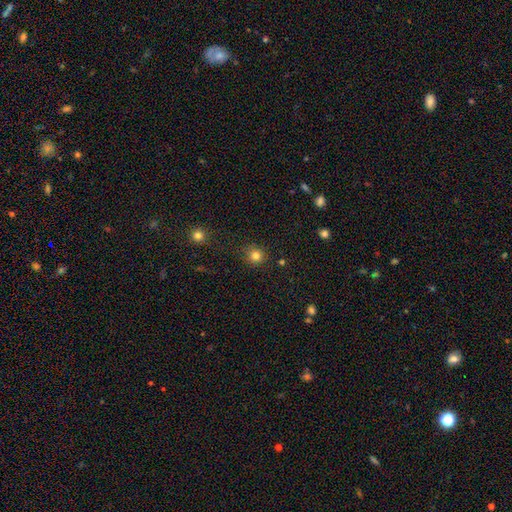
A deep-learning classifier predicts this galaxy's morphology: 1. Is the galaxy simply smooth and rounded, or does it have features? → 81% smooth, 13% star or artifact, 6% featured or disk.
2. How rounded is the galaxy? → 92% round, 7% in between, 1% cigar-shaped.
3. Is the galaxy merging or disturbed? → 89% none, 7% minor disturbance, 2% major disturbance, 2% merger.